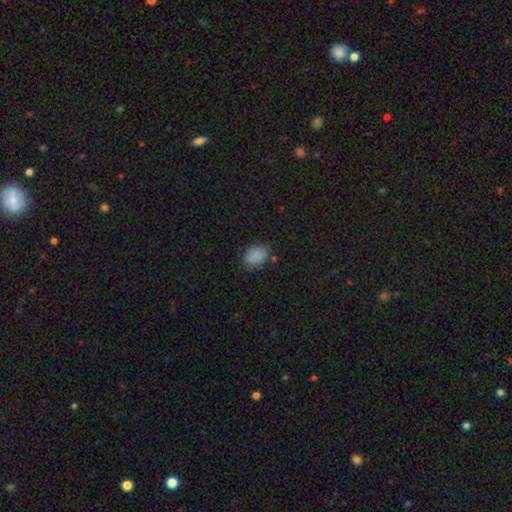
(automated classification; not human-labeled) This appears to be a smooth galaxy with no disk features (86%) that is in between round and cigar-shaped (76%). Merging: none (80%).